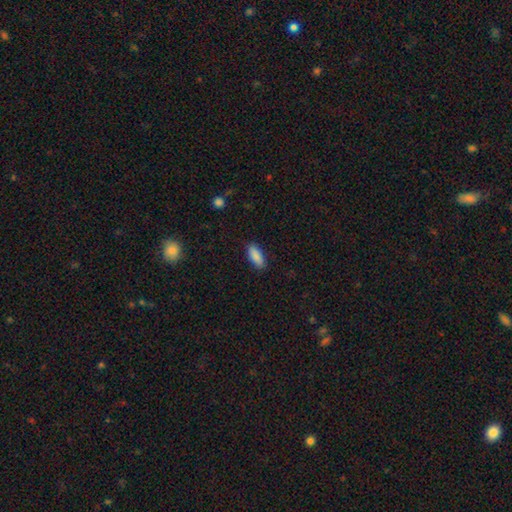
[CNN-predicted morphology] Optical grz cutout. It shows a smooth galaxy with no disk features (89%) that is in between round and cigar-shaped (81%). Merging: none (87%).